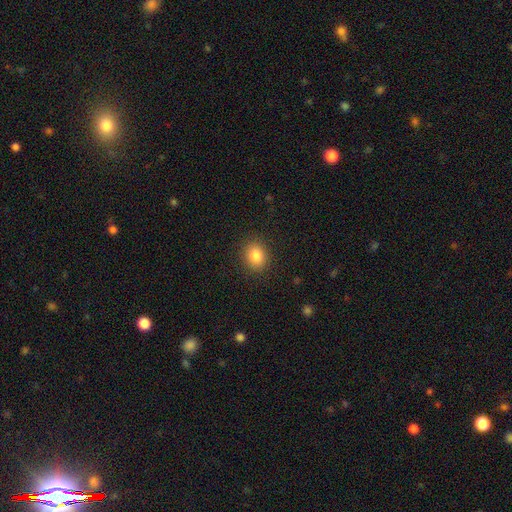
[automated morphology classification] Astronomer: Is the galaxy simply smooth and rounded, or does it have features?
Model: smooth — 84%.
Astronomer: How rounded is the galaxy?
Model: round — 64%.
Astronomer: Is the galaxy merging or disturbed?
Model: none — 89%.